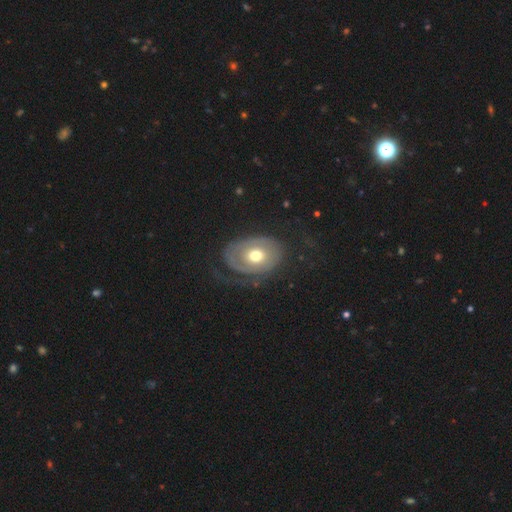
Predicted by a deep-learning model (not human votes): This is likely a featured or disk galaxy (61%). It is clearly not viewed edge-on (94%). Bar: clearly no (86%). Spiral arm pattern: possibly yes (50%, tied with no). Central bulge: likely moderate (74%). Merging: possibly none (57%).